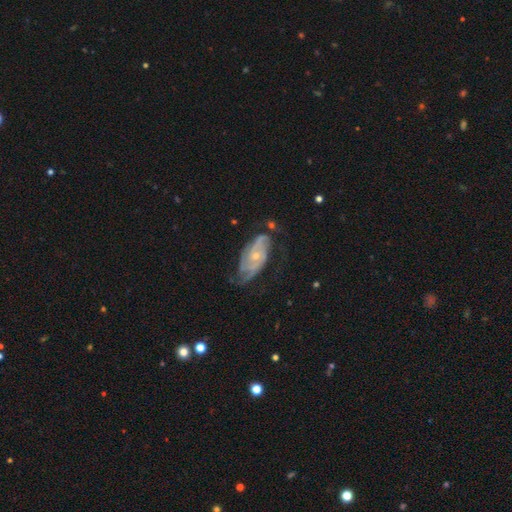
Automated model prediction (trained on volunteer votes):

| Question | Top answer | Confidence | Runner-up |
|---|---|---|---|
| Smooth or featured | featured or disk | 82% | smooth (12%) |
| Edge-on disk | no | 94% | yes (6%) |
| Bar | no | 73% | weak (21%) |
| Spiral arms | yes | 93% | no (7%) |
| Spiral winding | tight | 49% | medium (36%) |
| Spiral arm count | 2 | 37% | can't tell (25%) |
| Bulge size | small | 62% | moderate (35%) |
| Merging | none | 58% | minor disturbance (26%) |